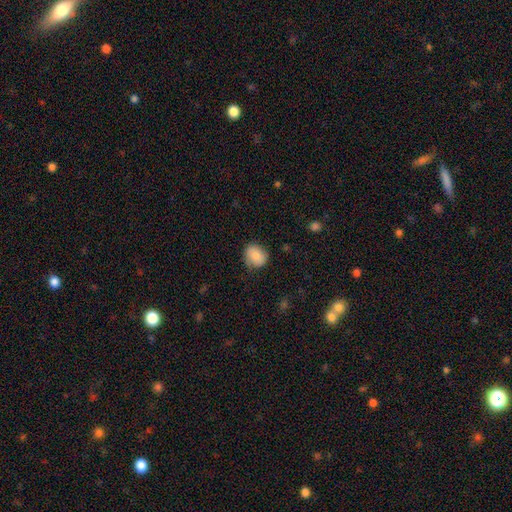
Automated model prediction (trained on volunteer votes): smooth-or-featured: smooth: 84% | featured or disk: 9% | star or artifact: 8%
  how-rounded: round: 67% | in between: 32% | cigar-shaped: 1%
  merging: none: 75% | minor disturbance: 20% | major disturbance: 4% | merger: 1%